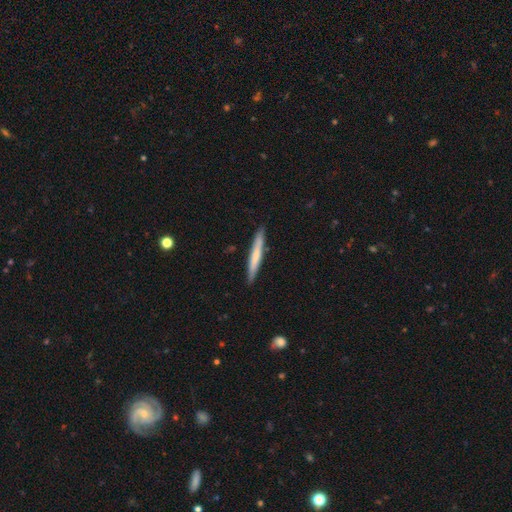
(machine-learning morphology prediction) smooth 61%, featured or disk 34%, star or artifact 5%. Down the decision tree: how rounded — cigar-shaped (96%); merging — none (88%).